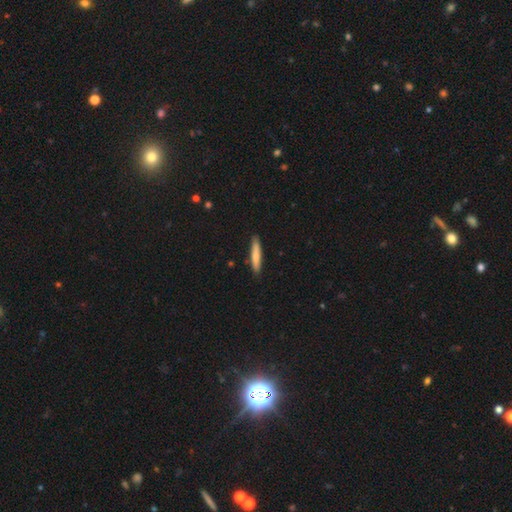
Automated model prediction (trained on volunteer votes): smooth_or_featured: smooth (p=0.75) [alt: featured or disk p=0.20]
how_rounded: cigar-shaped (p=0.92) [alt: in between p=0.07]
merging: none (p=0.88) [alt: minor disturbance p=0.09]